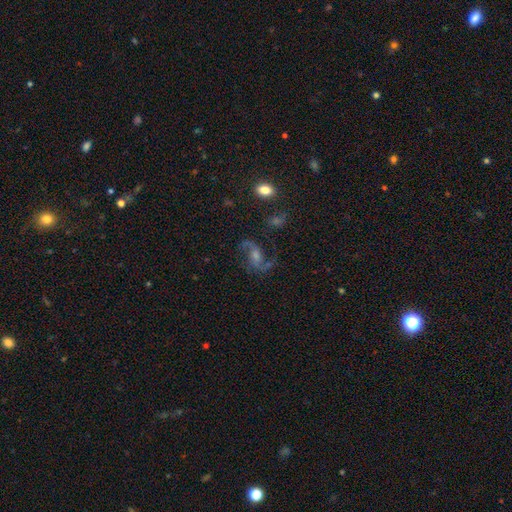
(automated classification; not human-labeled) A featured or disk galaxy (81%) with a weak bar (43%), 2 (92%) loose (48%) spiral arms (96%) and a moderate central bulge (46%). Merging: none (74%).